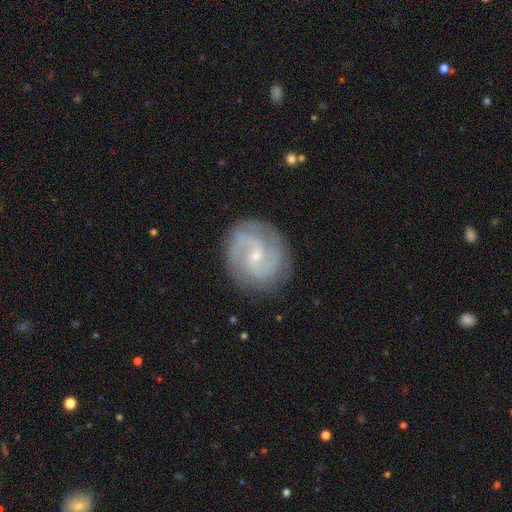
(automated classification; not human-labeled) Smooth or featured? Predicted: featured or disk (p=0.86). Edge-on disk? Predicted: no (p=0.98). Bar? Predicted: no (p=0.47). Spiral arms? Predicted: yes (p=0.96). Spiral winding? Predicted: medium (p=0.47). Spiral arm count? Predicted: 2 (p=0.73). Bulge size? Predicted: small (p=0.77). Merging? Predicted: none (p=0.83).